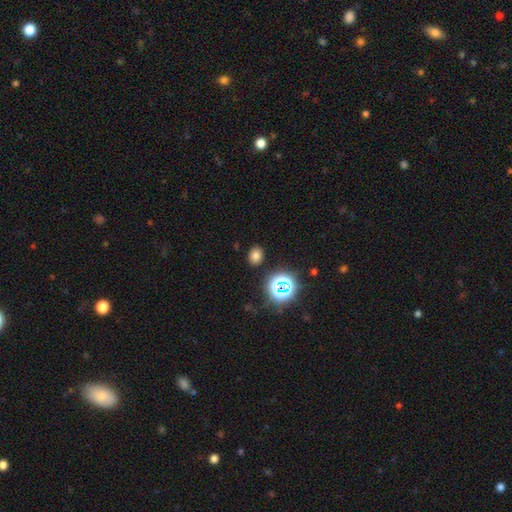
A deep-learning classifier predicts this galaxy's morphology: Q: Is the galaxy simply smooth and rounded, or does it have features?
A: smooth — 72%.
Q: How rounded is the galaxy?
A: in between — 53%.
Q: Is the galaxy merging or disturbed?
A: none — 87%.